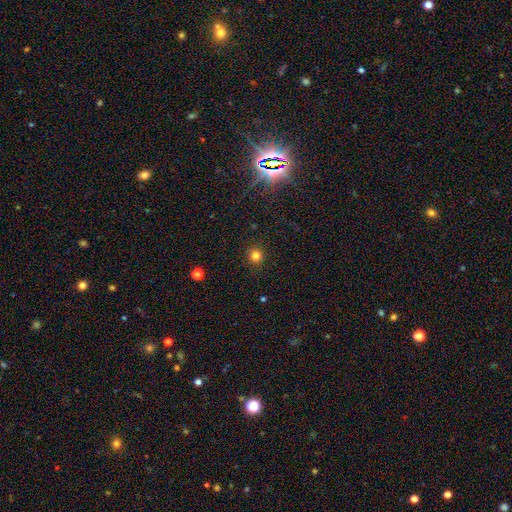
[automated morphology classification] smooth_or_featured: smooth (p=0.80) [alt: star or artifact p=0.15]
how_rounded: round (p=0.93) [alt: in between p=0.06]
merging: none (p=0.91) [alt: minor disturbance p=0.06]